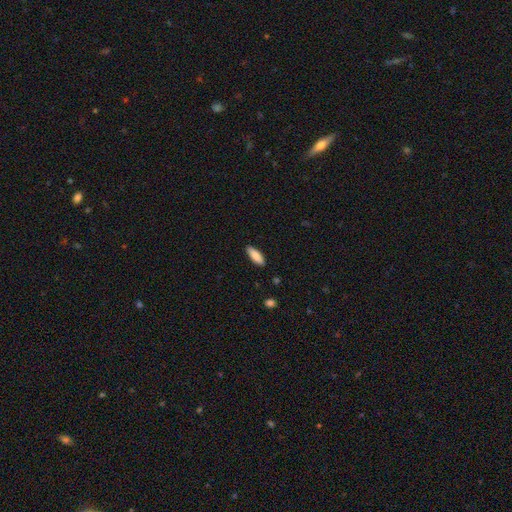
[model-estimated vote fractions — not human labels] A smooth galaxy with no disk features (84%) that is in between round and cigar-shaped (57%).

Vote fractions:
- Smooth or featured? smooth: 84% / featured or disk: 10% / star or artifact: 6%
- How rounded? in between: 57% / cigar-shaped: 41% / round: 2%
- Merging? none: 89% / minor disturbance: 9% / major disturbance: 2% / merger: 1%